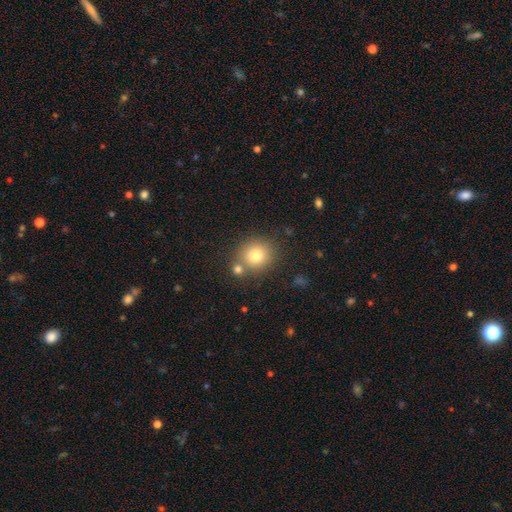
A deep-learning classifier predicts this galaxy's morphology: smooth_or_featured: smooth (p=0.77) [alt: star or artifact p=0.12]
how_rounded: round (p=0.87) [alt: in between p=0.12]
merging: none (p=0.71) [alt: merger p=0.16]